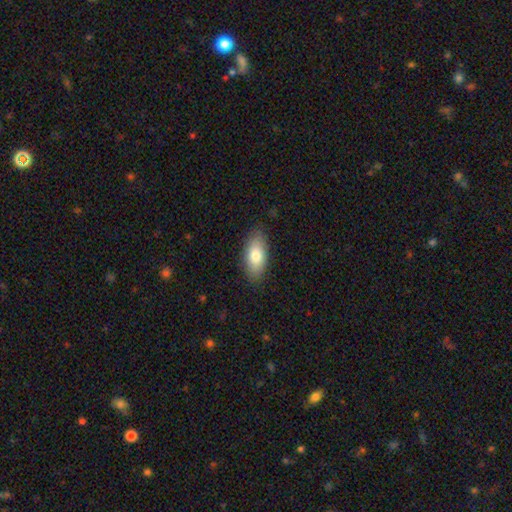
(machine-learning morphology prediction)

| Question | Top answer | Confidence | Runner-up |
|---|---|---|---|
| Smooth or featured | smooth | 78% | featured or disk (15%) |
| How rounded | in between | 88% | cigar-shaped (8%) |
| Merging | none | 86% | minor disturbance (10%) |